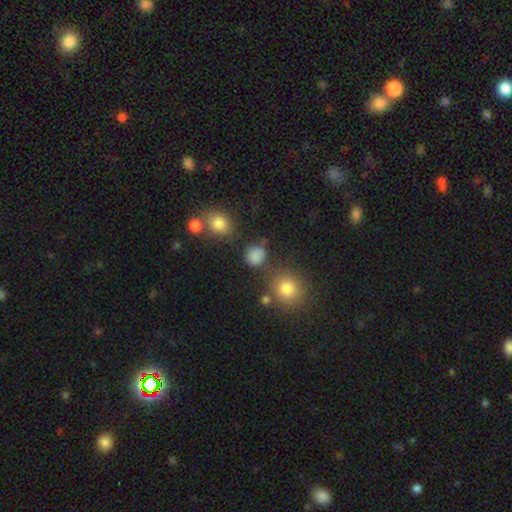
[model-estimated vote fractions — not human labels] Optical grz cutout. It shows a smooth galaxy with no disk features (81%) that is round (85%). Merging: none (72%).